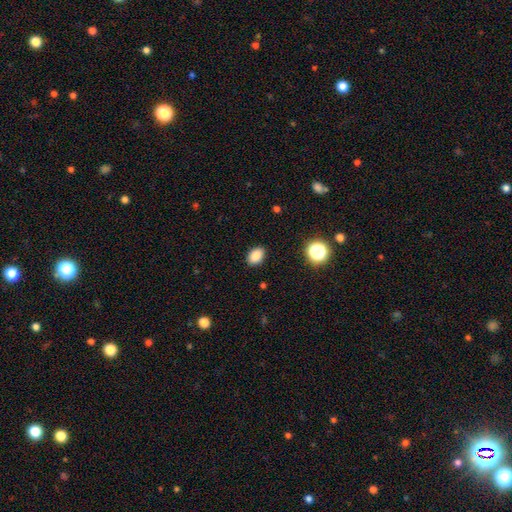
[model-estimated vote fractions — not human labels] Smooth or featured?
  - smooth: 85% *
  - star or artifact: 11%
  - featured or disk: 4%
How rounded?
  - in between: 79% *
  - round: 20%
  - cigar-shaped: 1%
Merging?
  - none: 88% *
  - minor disturbance: 8%
  - major disturbance: 2%
  - merger: 1%